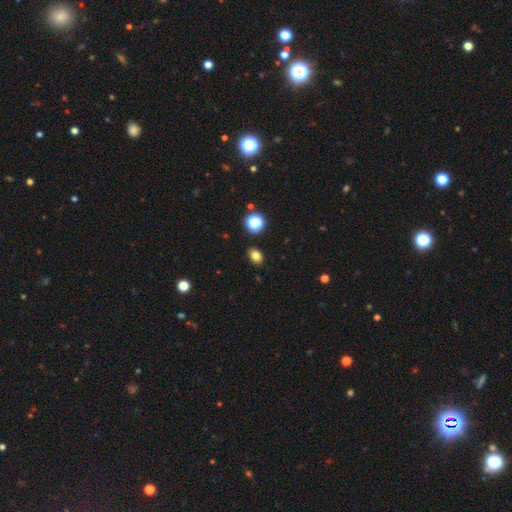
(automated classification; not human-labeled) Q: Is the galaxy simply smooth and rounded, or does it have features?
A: smooth — 80%.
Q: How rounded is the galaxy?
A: in between — 62%.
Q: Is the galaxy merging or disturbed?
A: none — 87%.